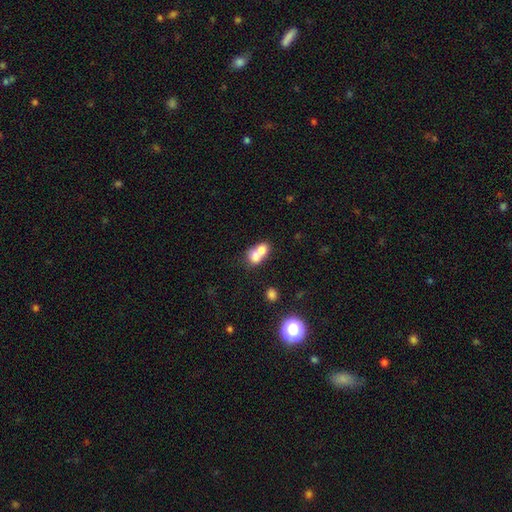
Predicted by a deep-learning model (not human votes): This is likely a smooth galaxy (69%). How rounded: possibly round (49%, tied with in between). Merging: likely merger (72%).